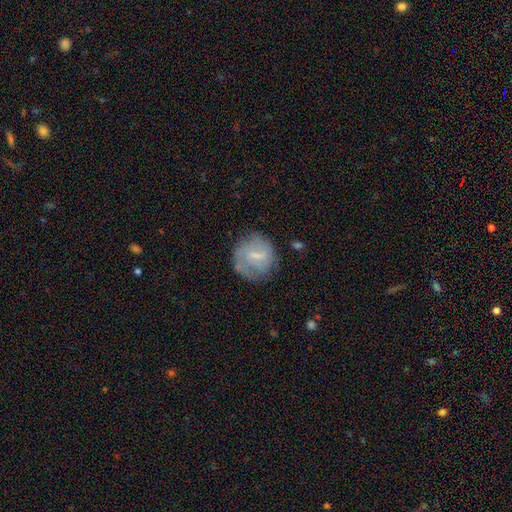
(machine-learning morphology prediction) A featured or disk galaxy (49%).

Vote fractions:
- Smooth or featured? featured or disk: 49% / smooth: 42% / star or artifact: 8%
- Merging? none: 64% / minor disturbance: 22% / major disturbance: 11% / merger: 2%